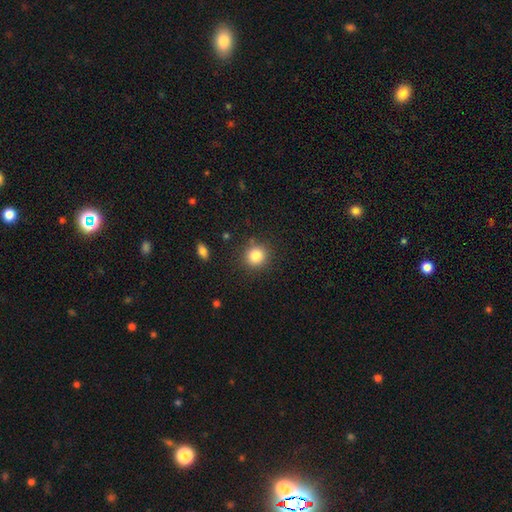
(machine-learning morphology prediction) smooth 84%, star or artifact 11%, featured or disk 6%. Down the decision tree: how rounded — round (88%); merging — none (87%).